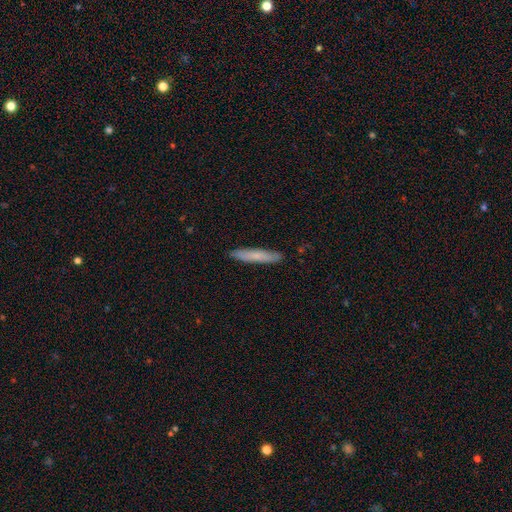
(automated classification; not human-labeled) Smooth or featured? Predicted: smooth (p=0.73). How rounded? Predicted: cigar-shaped (p=0.93). Merging? Predicted: none (p=0.90).